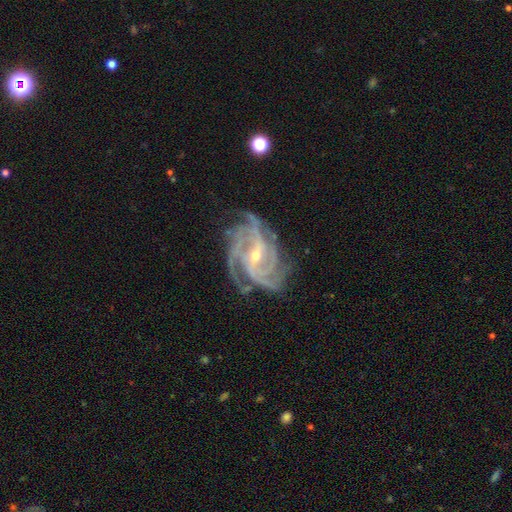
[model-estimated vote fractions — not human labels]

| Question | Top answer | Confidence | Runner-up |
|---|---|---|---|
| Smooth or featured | featured or disk | 93% | star or artifact (5%) |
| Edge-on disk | no | 97% | yes (3%) |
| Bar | weak | 45% | strong (31%) |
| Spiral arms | yes | 98% | no (2%) |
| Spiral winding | tight | 54% | medium (39%) |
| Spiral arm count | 4 | 38% | 3 (28%) |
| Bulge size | small | 61% | moderate (36%) |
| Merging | none | 70% | minor disturbance (20%) |